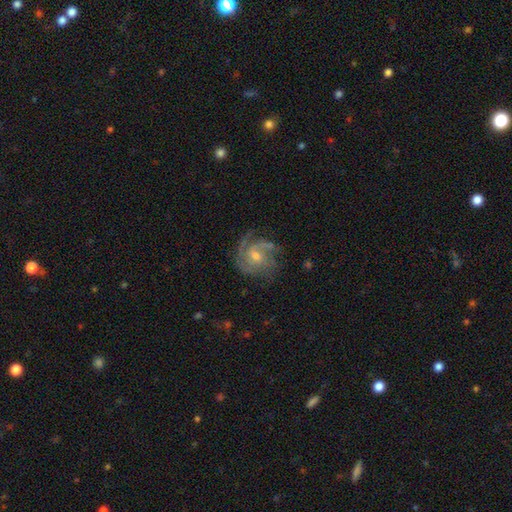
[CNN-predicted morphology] Overall: featured or disk (83%). Edge-on disk: no (98%). Bar: no (67%; weak 28%). Spiral arms: yes (96%). Spiral arm count: 3 (42%; can't tell 18%). Spiral winding: tight (52%; medium 38%). Bulge size: small (48%, tied with moderate). Merging: none (70%).